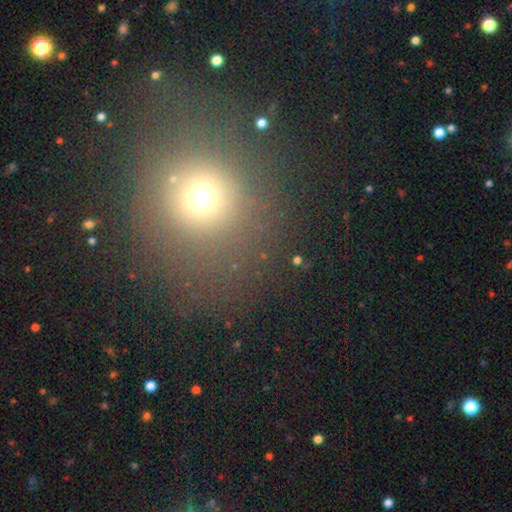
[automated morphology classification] type=smooth (56%); roundness=round (83%); merging=none (80%).